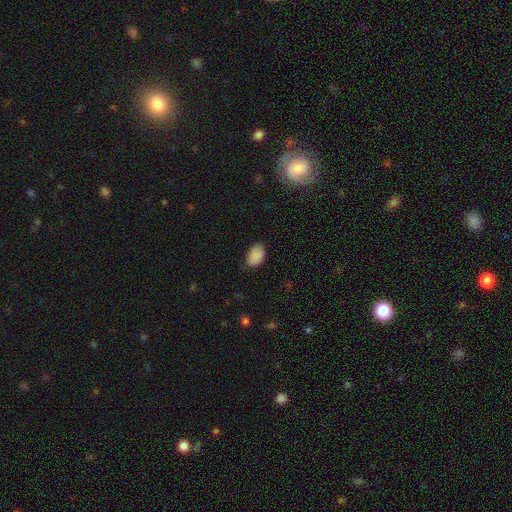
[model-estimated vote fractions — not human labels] A smooth galaxy with no disk features (88%) that is in between round and cigar-shaped (88%).

Vote fractions:
- Smooth or featured? smooth: 88% / star or artifact: 8% / featured or disk: 4%
- How rounded? in between: 88% / round: 11% / cigar-shaped: 1%
- Merging? none: 67% / minor disturbance: 28% / major disturbance: 4% / merger: 1%